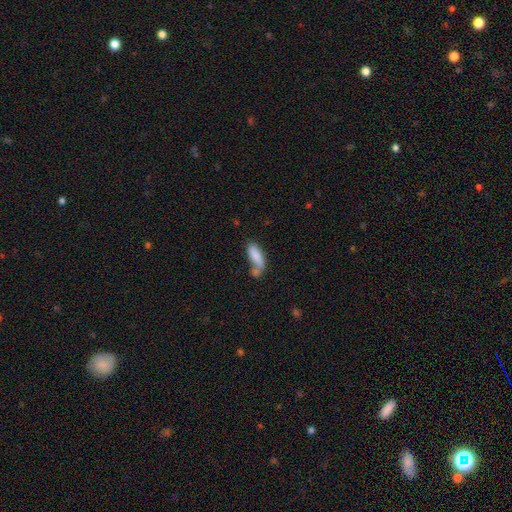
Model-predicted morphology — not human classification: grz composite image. It shows a smooth galaxy with no disk features (81%) that is in between round and cigar-shaped (62%). Merging: none (41%).